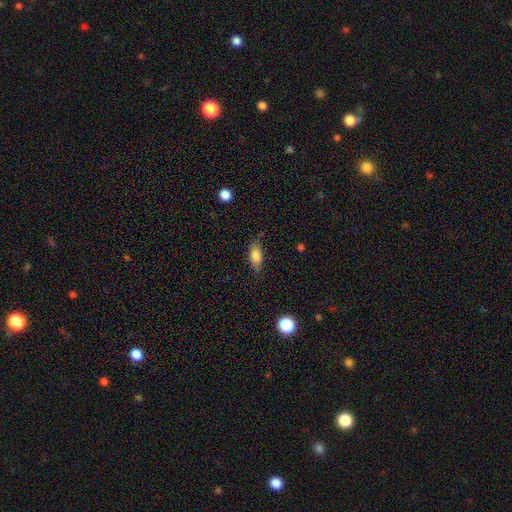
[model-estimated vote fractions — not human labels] This is likely a smooth galaxy (75%). How rounded: likely in between (77%). Merging: likely none (72%).